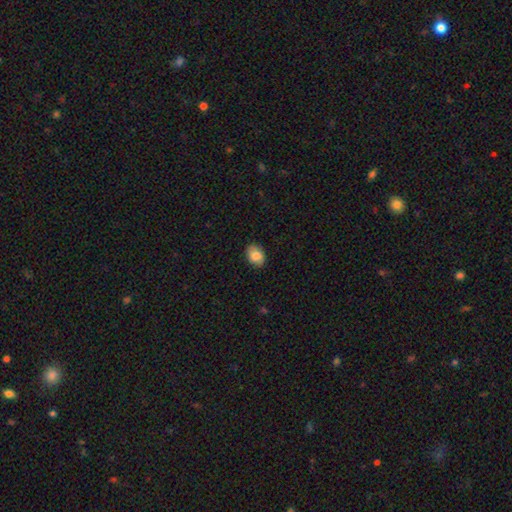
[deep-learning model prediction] Morphology: type=smooth (83%); roundness=in between (72%); merging=none (86%).